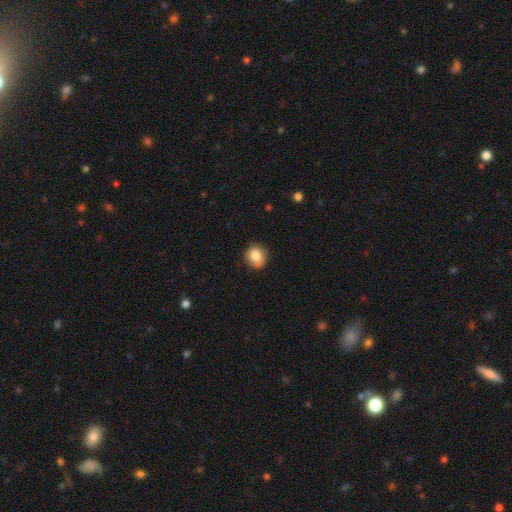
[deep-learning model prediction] smooth 83%, star or artifact 9%, featured or disk 8%. Down the decision tree: how rounded — round (81%); merging — none (80%).